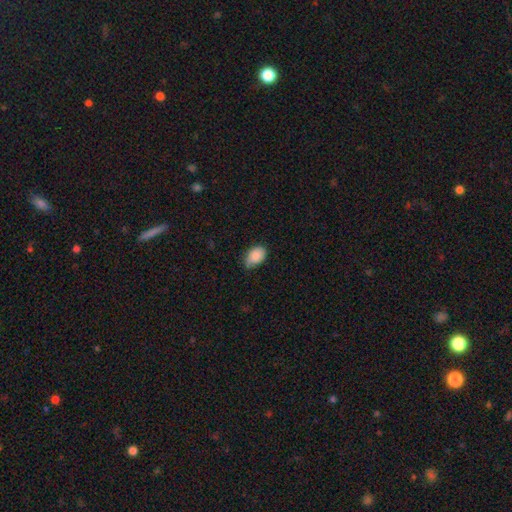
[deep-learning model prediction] The model was most divided on "merging": none: 60%, minor disturbance: 34%, major disturbance: 5%, merger: 1%. More confident: how rounded — in between (87%); smooth or featured — smooth (87%).